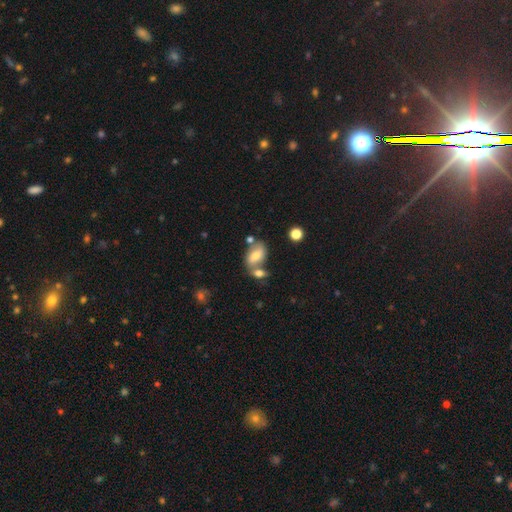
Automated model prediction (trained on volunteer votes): This appears to be a smooth galaxy with no disk features (66%) that is in between round and cigar-shaped (87%). Merging: none (45%).